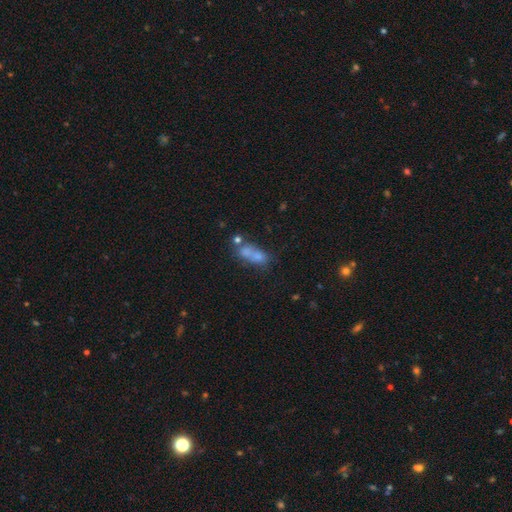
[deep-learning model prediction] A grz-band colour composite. It shows a smooth galaxy with no disk features (64%) that is in between round and cigar-shaped (69%). Merging: merger (50%).